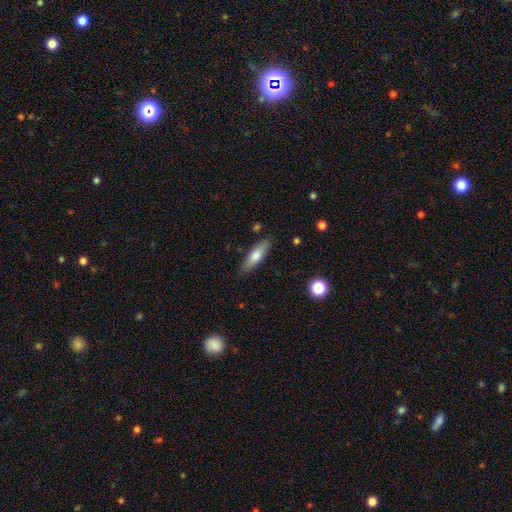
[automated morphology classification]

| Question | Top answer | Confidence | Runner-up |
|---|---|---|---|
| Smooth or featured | smooth | 69% | featured or disk (24%) |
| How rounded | cigar-shaped | 56% | in between (42%) |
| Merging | none | 85% | minor disturbance (11%) |